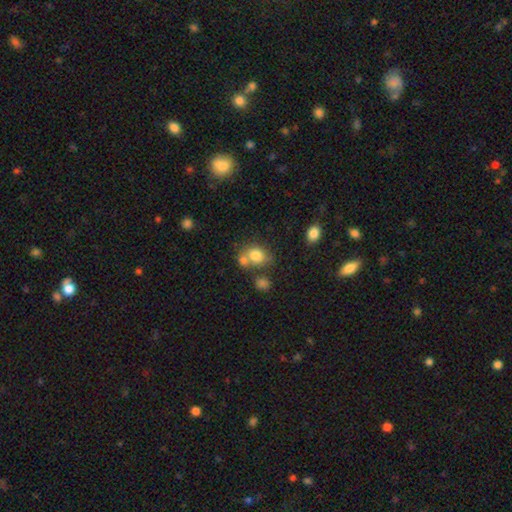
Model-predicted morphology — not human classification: smooth-or-featured: smooth: 78% | featured or disk: 11% | star or artifact: 11%
  how-rounded: round: 52% | in between: 47% | cigar-shaped: 1%
  merging: none: 45% | merger: 36% | minor disturbance: 13% | major disturbance: 6%